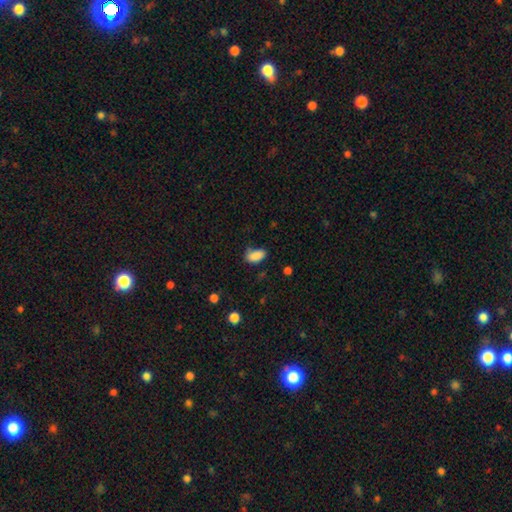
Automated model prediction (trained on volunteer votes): A smooth galaxy with no disk features (87%) that is in between round and cigar-shaped (92%). Merging: none (66%).